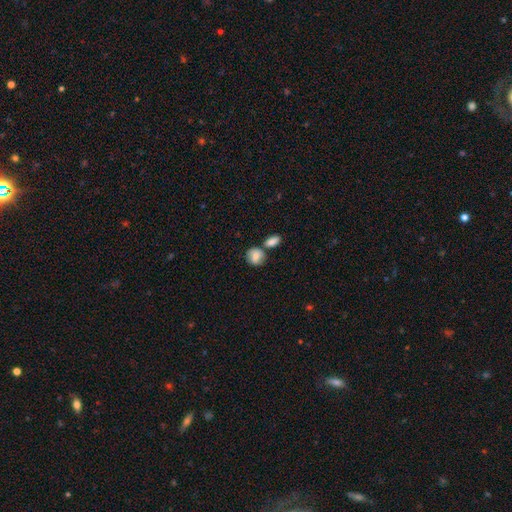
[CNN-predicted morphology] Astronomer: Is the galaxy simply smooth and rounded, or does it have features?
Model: smooth — 76%.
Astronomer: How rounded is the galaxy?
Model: round — 65%.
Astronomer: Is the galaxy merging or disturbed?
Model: none — 53%.